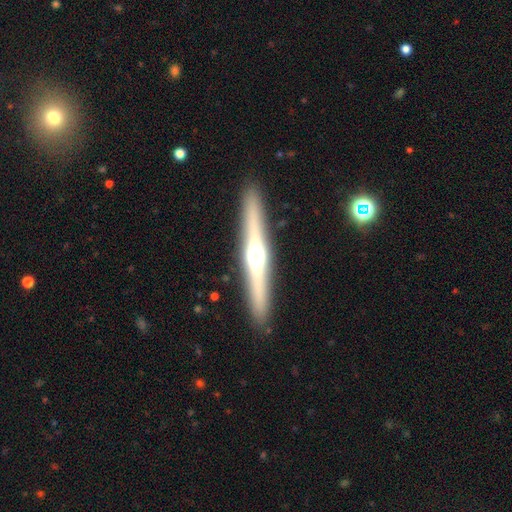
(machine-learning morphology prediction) A featured or disk galaxy (70%) viewed edge-on (97%) with a rounded central bulge (90%).

Vote fractions:
- Smooth or featured? featured or disk: 70% / smooth: 24% / star or artifact: 6%
- Edge-on disk? yes: 97% / no: 3%
- Edge-on bulge? rounded: 90% / boxy: 5% / none: 4%
- Merging? none: 91% / minor disturbance: 6% / major disturbance: 2% / merger: 1%